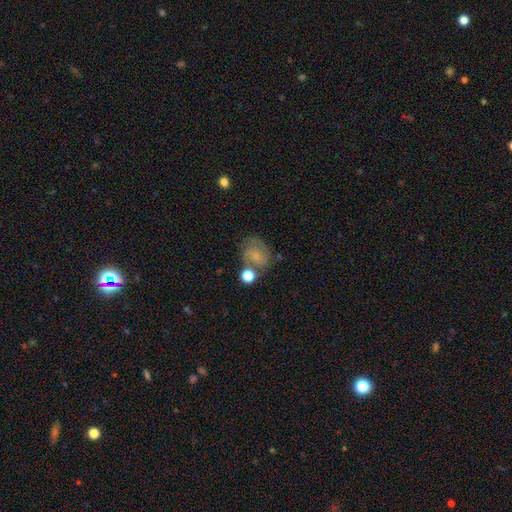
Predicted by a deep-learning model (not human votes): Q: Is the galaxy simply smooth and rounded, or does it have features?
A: smooth — 54%.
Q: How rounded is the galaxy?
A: round — 57%.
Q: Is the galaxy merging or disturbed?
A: none — 52%.